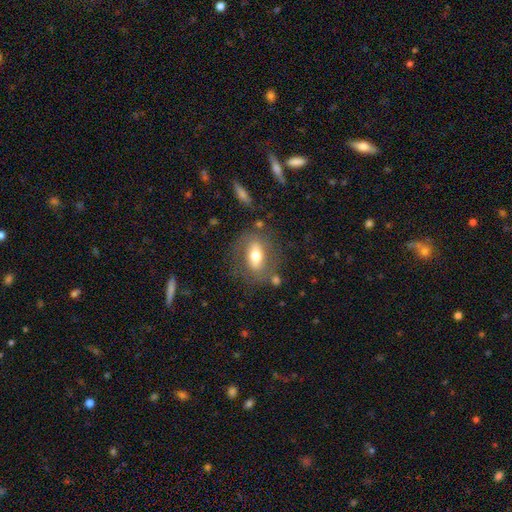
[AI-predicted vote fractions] Morphology: type=smooth (51%); roundness=in between (75%); merging=none (69%).